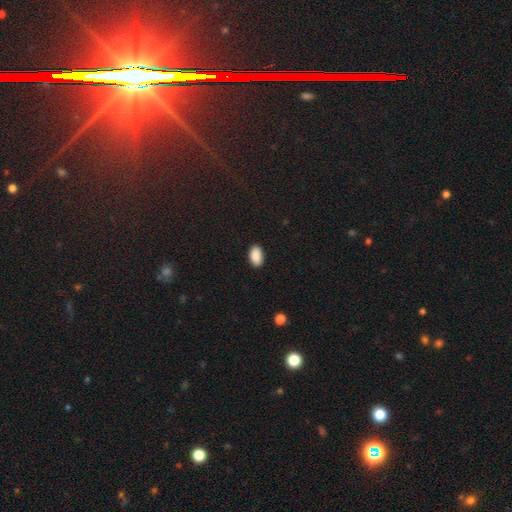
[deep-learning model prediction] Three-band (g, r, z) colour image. It shows a smooth galaxy with no disk features (90%) that is in between round and cigar-shaped (93%). Merging: none (88%).